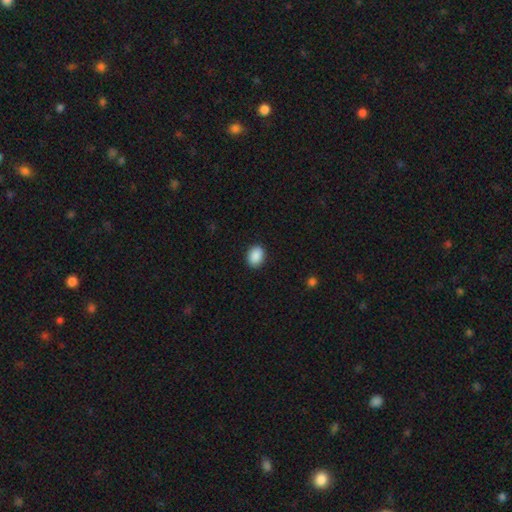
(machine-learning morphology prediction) smooth-or-featured: smooth: 90% | star or artifact: 7% | featured or disk: 3%
  how-rounded: in between: 66% | round: 33% | cigar-shaped: 1%
  merging: none: 90% | minor disturbance: 7% | major disturbance: 2% | merger: 1%